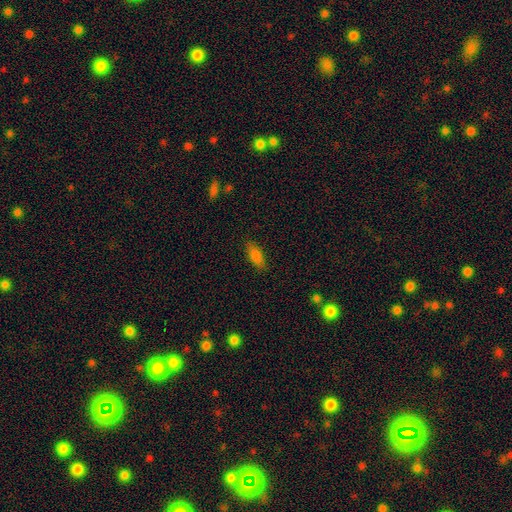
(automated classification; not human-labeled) Smooth or featured? smooth (82%)
How rounded? in between (77%)
Merging? none (85%)